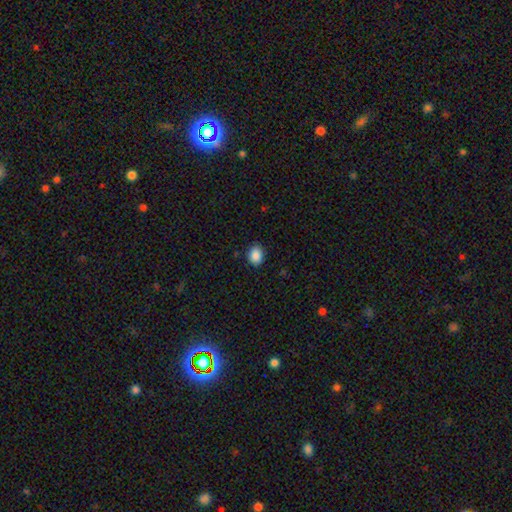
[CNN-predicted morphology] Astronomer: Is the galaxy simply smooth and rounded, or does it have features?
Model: smooth — 88%.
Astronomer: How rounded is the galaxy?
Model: in between — 60% (runner-up: round, 39%).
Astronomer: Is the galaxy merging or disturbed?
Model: none — 87%.